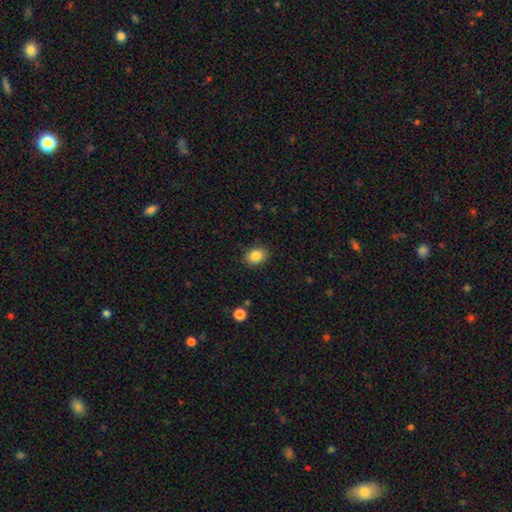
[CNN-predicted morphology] A smooth galaxy with no disk features (85%) that is in between round and cigar-shaped (61%). Merging: none (88%).